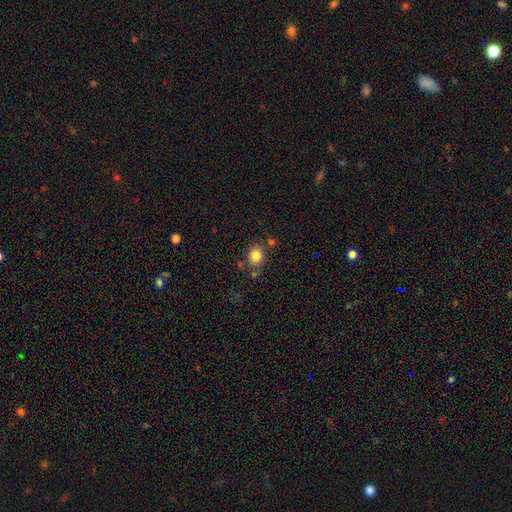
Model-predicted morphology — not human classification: This is clearly a smooth galaxy (83%). How rounded: likely round (68%). Merging: likely none (73%).